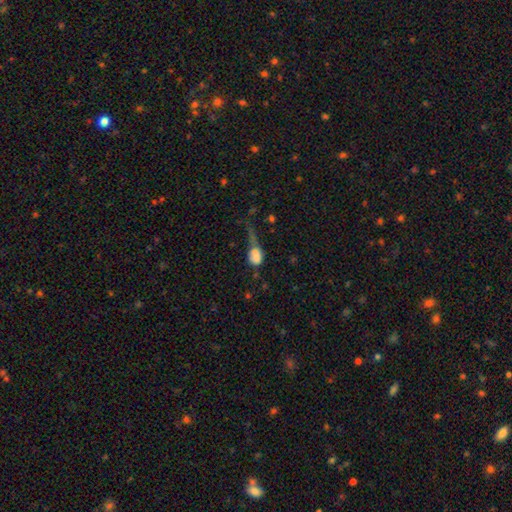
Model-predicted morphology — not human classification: Smooth or featured: smooth — 70% (featured or disk — 19%)
How rounded: in between — 62% (round — 34%)
Merging: major disturbance — 44% (merger — 22%)